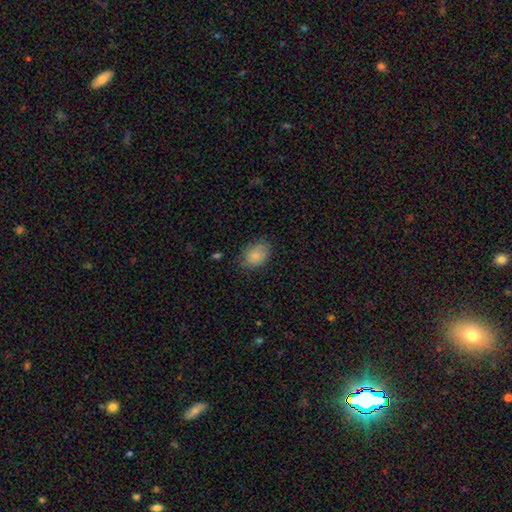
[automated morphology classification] Overall: smooth (84%). How rounded: in between (76%). Merging: none (72%).